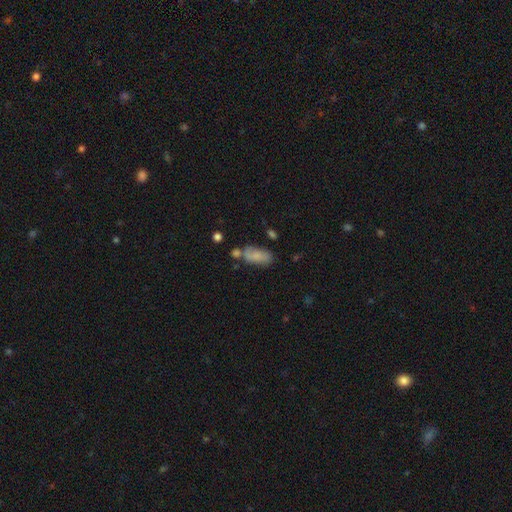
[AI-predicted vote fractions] The model was most divided on "merging": none: 50%, minor disturbance: 24%, merger: 17%, major disturbance: 9%. More confident: how rounded — in between (88%); smooth or featured — smooth (76%).